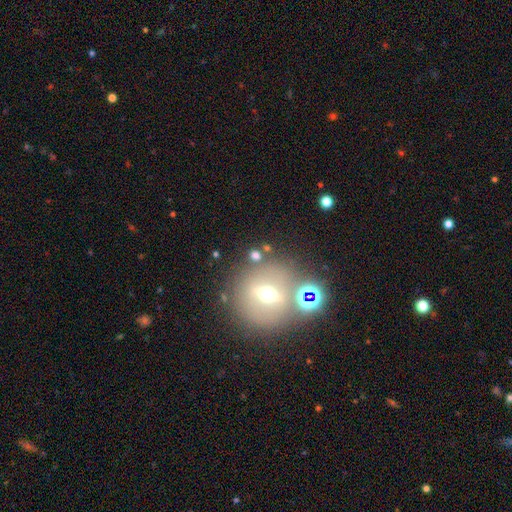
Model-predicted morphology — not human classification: A smooth galaxy with no disk features (43%). Merging: none (75%).